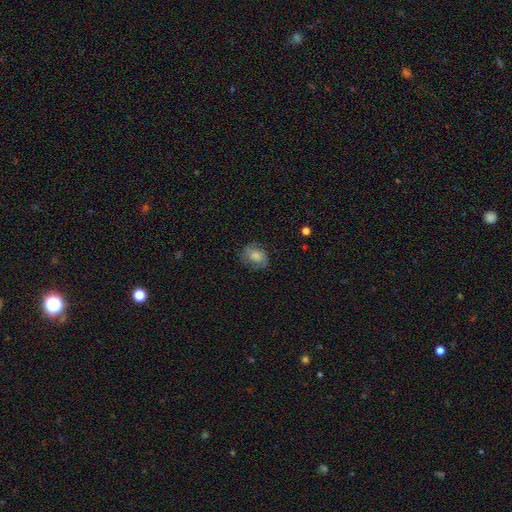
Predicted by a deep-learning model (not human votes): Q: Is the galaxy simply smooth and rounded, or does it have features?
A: smooth — 46%.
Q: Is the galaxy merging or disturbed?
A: none — 74%.